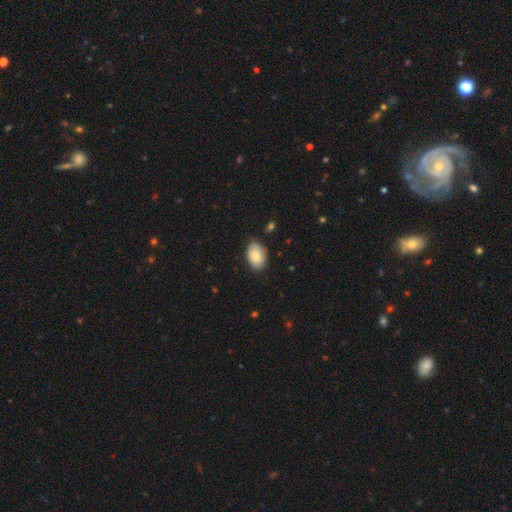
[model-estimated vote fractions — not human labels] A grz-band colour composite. It shows a smooth galaxy with no disk features (79%) that is in between round and cigar-shaped (85%). Merging: none (76%).